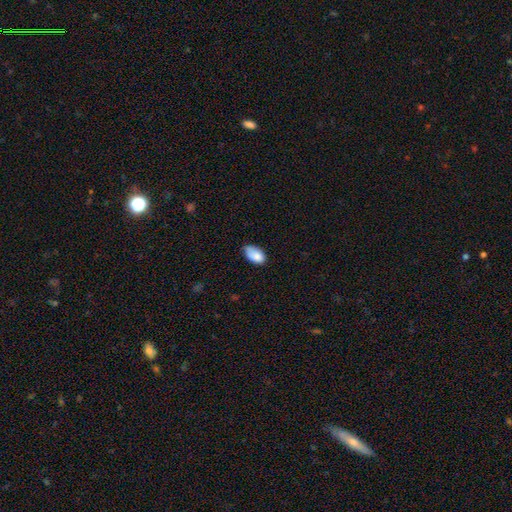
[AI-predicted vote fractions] A smooth galaxy with no disk features (84%) that is in between round and cigar-shaped (93%). Merging: none (49%).